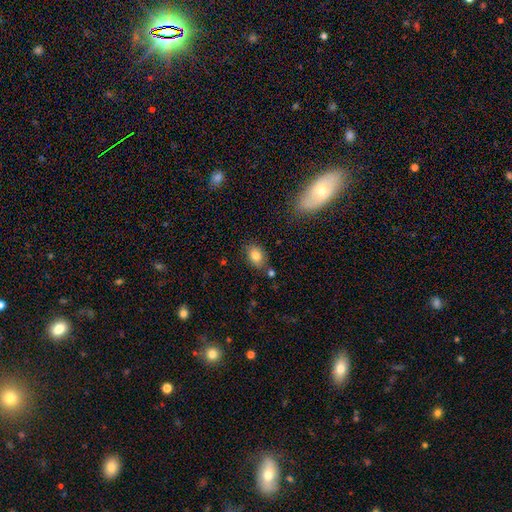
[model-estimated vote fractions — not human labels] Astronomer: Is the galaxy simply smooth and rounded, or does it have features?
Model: smooth — 82%.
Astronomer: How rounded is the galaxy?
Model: in between — 75%.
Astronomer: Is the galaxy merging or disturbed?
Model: none — 79%.